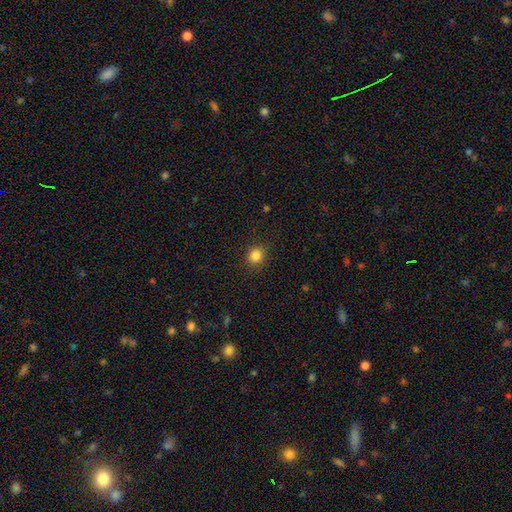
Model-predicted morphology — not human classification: Smooth or featured: smooth — 84% (star or artifact — 12%)
How rounded: round — 85% (in between — 14%)
Merging: none — 90% (minor disturbance — 6%)